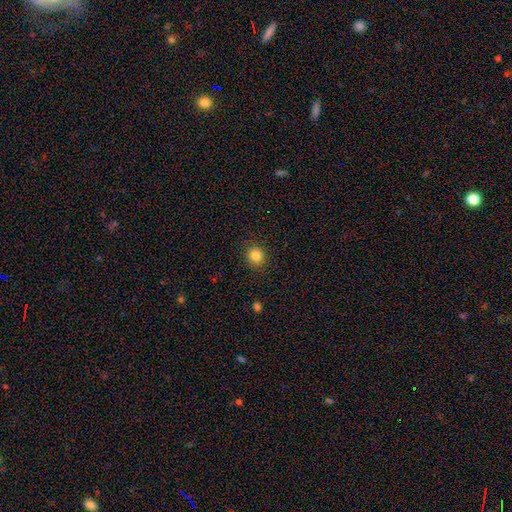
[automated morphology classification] Smooth or featured?
  - smooth: 84% *
  - star or artifact: 11%
  - featured or disk: 5%
How rounded?
  - round: 80% *
  - in between: 19%
  - cigar-shaped: 1%
Merging?
  - none: 89% *
  - minor disturbance: 7%
  - major disturbance: 2%
  - merger: 1%